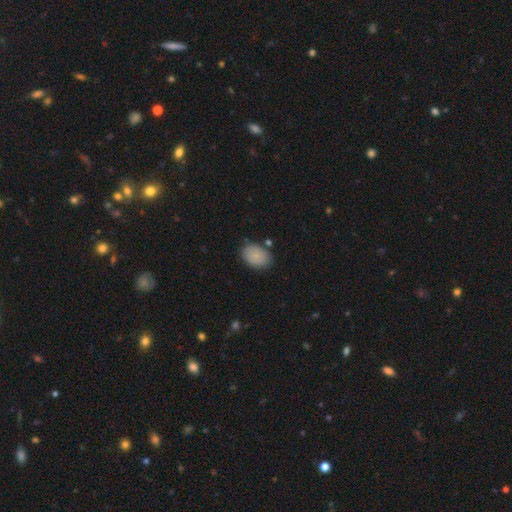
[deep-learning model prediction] smooth_or_featured: smooth (p=0.86) [alt: featured or disk p=0.07]
how_rounded: in between (p=0.81) [alt: round p=0.18]
merging: none (p=0.79) [alt: minor disturbance p=0.14]